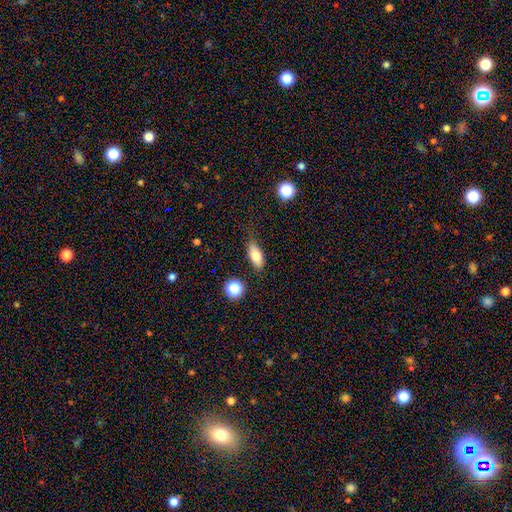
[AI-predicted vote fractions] This is likely a smooth galaxy (75%). How rounded: likely in between (77%). Merging: likely none (74%).